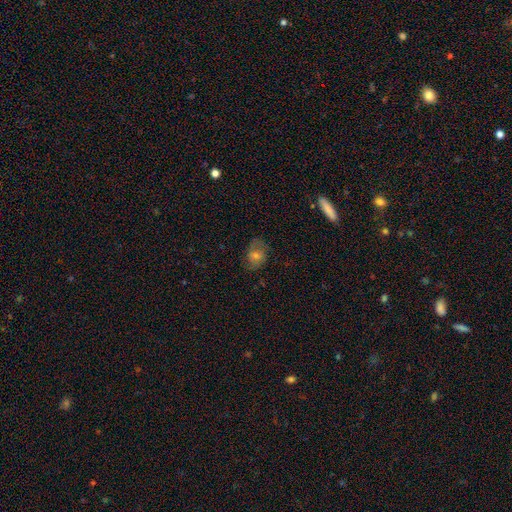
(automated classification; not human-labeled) A smooth galaxy with no disk features (49%).

Vote fractions:
- Smooth or featured? smooth: 49% / featured or disk: 36% / star or artifact: 14%
- Merging? none: 70% / minor disturbance: 19% / major disturbance: 9% / merger: 2%